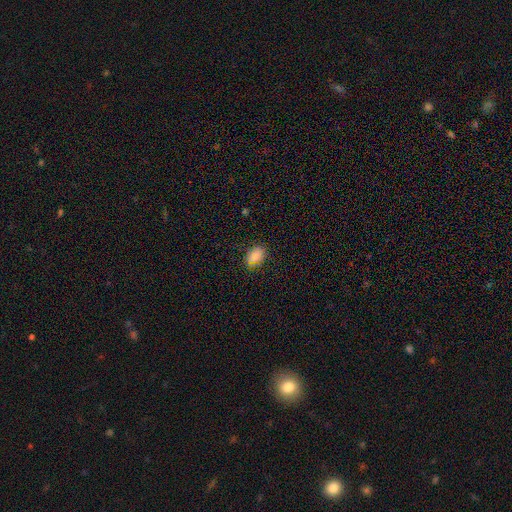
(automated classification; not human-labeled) Morphology: type=smooth (76%); roundness=in between (80%); merging=none (82%).